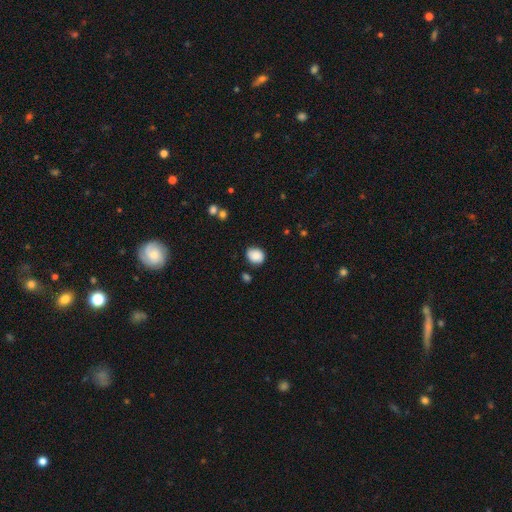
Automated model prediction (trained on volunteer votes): Smooth or featured: smooth — 87% (star or artifact — 8%)
How rounded: round — 59% (in between — 40%)
Merging: none — 77% (minor disturbance — 16%)